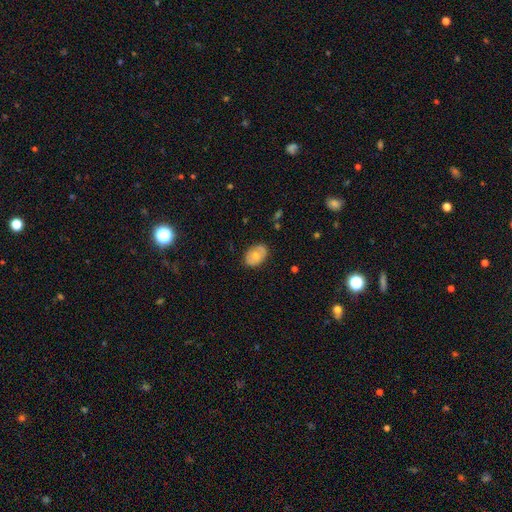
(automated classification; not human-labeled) A smooth galaxy with no disk features (61%) that is in between round and cigar-shaped (80%). Merging: none (82%).